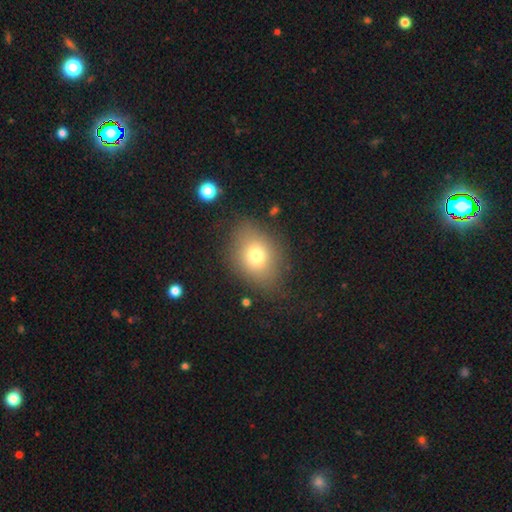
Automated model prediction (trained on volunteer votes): The model was most divided on "how rounded": in between: 62%, round: 36%, cigar-shaped: 1%. More confident: merging — none (75%); smooth or featured — smooth (73%).